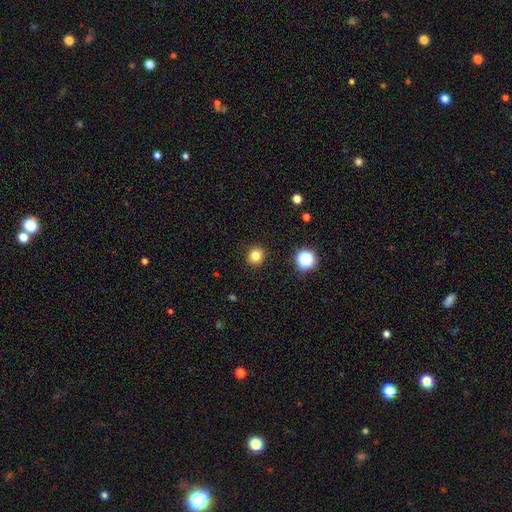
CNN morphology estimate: A smooth galaxy with no disk features (80%) that is round (88%).

Vote fractions:
- Smooth or featured? smooth: 80% / star or artifact: 14% / featured or disk: 6%
- How rounded? round: 88% / in between: 11% / cigar-shaped: 1%
- Merging? none: 92% / minor disturbance: 5% / major disturbance: 2% / merger: 1%